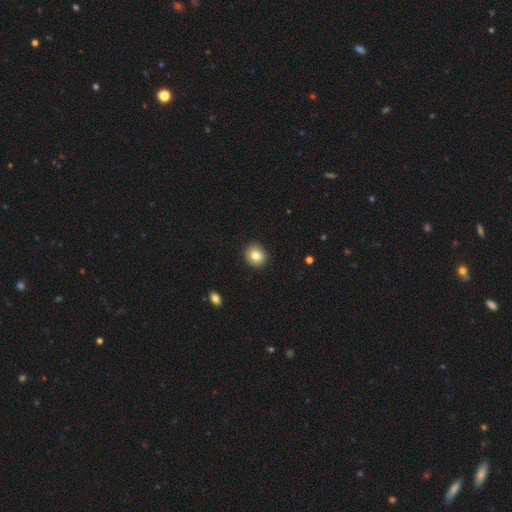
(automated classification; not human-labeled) Q: Smooth or featured?
A: smooth (82%); runner-up: star or artifact (10%)
Q: How rounded?
A: round (83%); runner-up: in between (16%)
Q: Merging?
A: none (91%); runner-up: minor disturbance (7%)